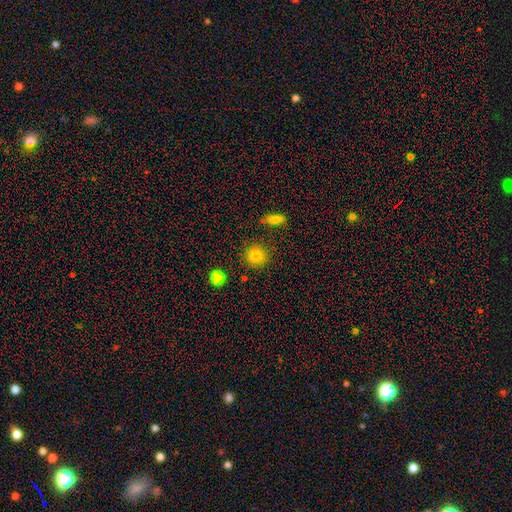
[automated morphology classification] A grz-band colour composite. It shows a smooth galaxy with no disk features (82%) that is round (91%). Merging: none (88%).